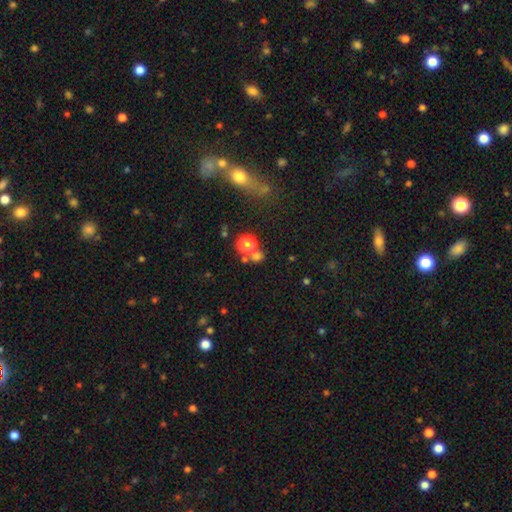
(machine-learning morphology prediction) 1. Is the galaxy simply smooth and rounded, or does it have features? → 56% smooth, 34% star or artifact, 10% featured or disk.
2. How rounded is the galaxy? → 80% round, 18% in between, 3% cigar-shaped.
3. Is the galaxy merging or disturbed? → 65% none, 20% merger, 9% minor disturbance, 5% major disturbance.